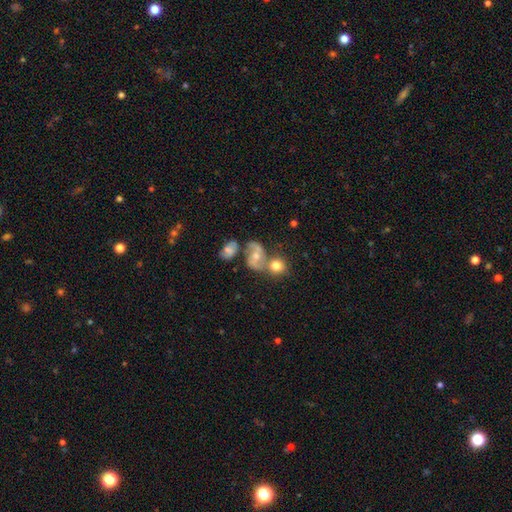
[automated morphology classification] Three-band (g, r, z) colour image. It shows a featured or disk galaxy (59%) with no bar (57%), 2 (85%) medium (47%) spiral arms (88%) and a moderate central bulge (58%). Merging: none (39%).